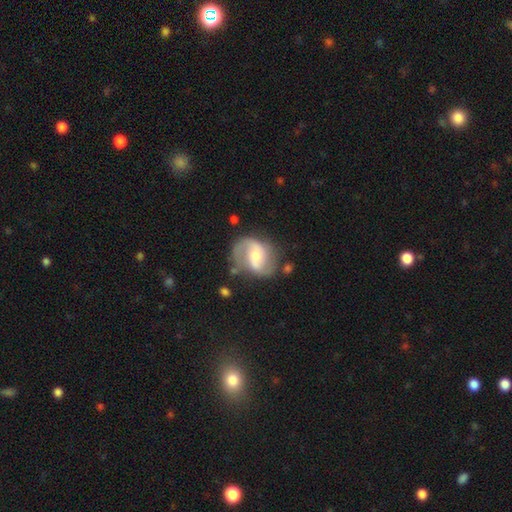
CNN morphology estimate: The model was most divided on "spiral winding": medium: 45%, loose: 42%, tight: 14%. Remaining: edge-on disk — no (97%); spiral arms — yes (92%); spiral arm count — 2 (88%); smooth or featured — featured or disk (80%); merging — none (66%); bulge size — moderate (60%); bar — weak (47%).